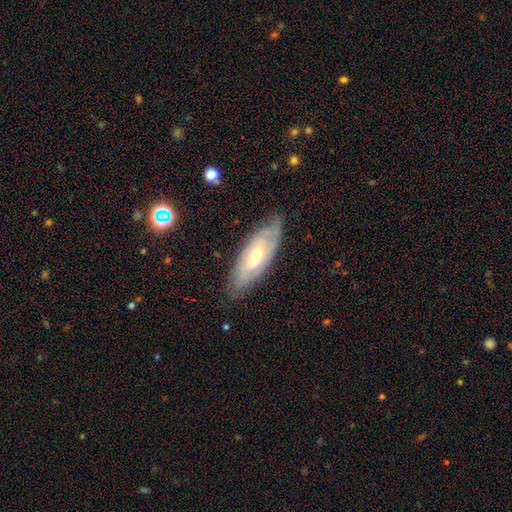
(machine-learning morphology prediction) Smooth or featured?
  - featured or disk: 67% *
  - smooth: 27%
  - star or artifact: 6%
Edge-on disk?
  - no: 79% *
  - yes: 21%
Bar?
  - no: 49% *
  - weak: 40%
  - strong: 11%
Spiral arms?
  - yes: 79% *
  - no: 21%
Bulge size?
  - moderate: 56% *
  - small: 38%
  - large: 4%
  - none: 1%
  - dominant: 1%
Merging?
  - none: 78% *
  - minor disturbance: 17%
  - major disturbance: 4%
  - merger: 1%